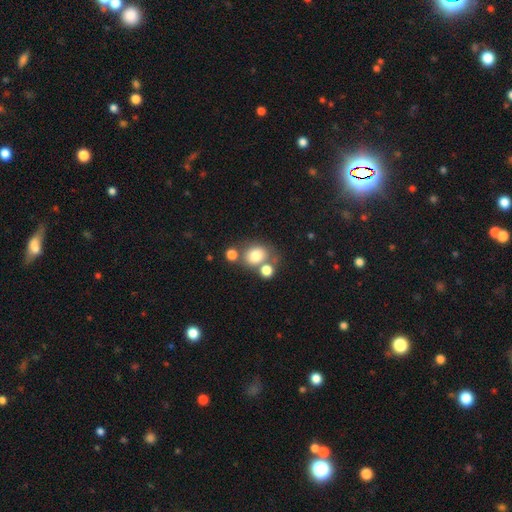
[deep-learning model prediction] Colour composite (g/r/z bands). It shows a smooth galaxy with no disk features (76%) that is round (62%). Merging: none (53%).